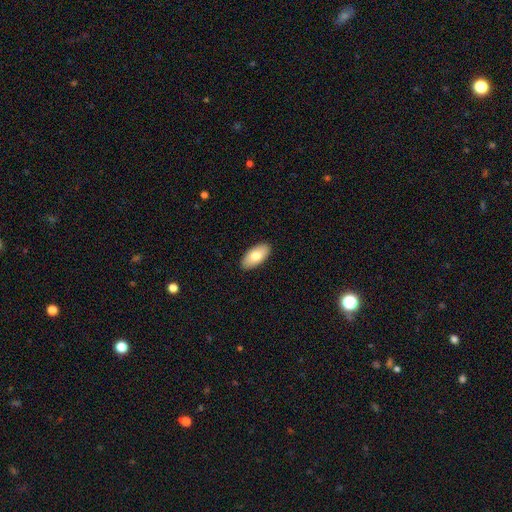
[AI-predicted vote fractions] smooth 78%, featured or disk 16%, star or artifact 6%. Down the decision tree: how rounded — in between (94%); merging — none (90%).